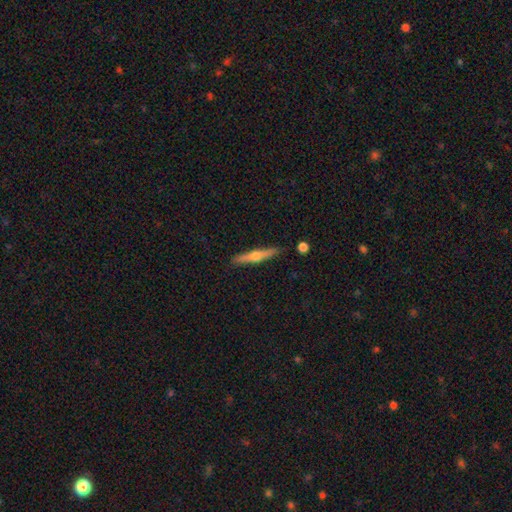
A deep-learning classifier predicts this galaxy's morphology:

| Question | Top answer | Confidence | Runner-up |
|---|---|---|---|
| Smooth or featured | featured or disk | 62% | smooth (32%) |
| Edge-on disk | yes | 97% | no (3%) |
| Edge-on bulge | rounded | 92% | none (5%) |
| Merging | none | 89% | minor disturbance (8%) |